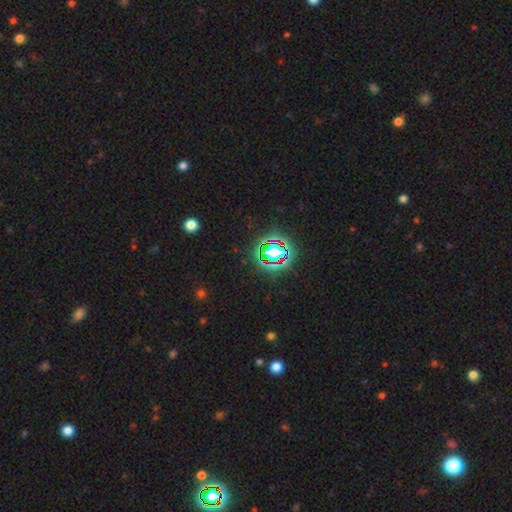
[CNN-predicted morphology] smooth_or_featured: star or artifact (p=0.78) [alt: smooth p=0.14]